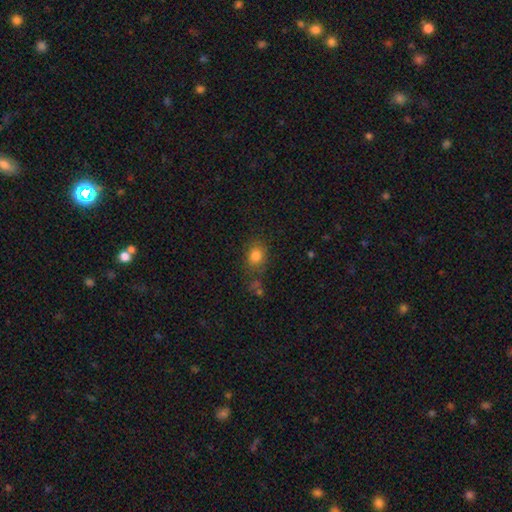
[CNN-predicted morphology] A smooth galaxy with no disk features (81%) that is round (52%).

Vote fractions:
- Smooth or featured? smooth: 81% / star or artifact: 12% / featured or disk: 7%
- How rounded? round: 52% / in between: 47% / cigar-shaped: 1%
- Merging? none: 68% / minor disturbance: 17% / merger: 8% / major disturbance: 7%